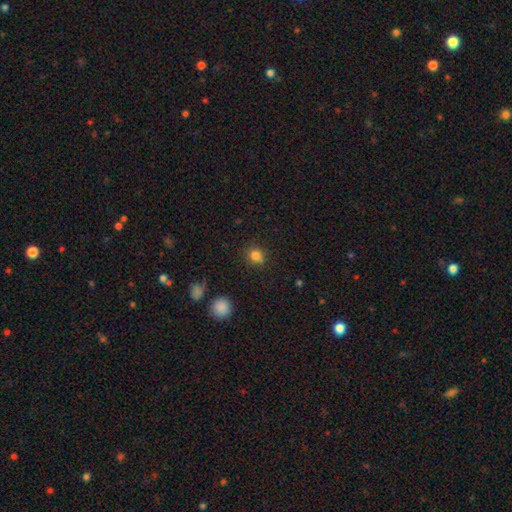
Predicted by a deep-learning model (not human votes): Overall: smooth (81%). How rounded: round (77%). Merging: none (81%).